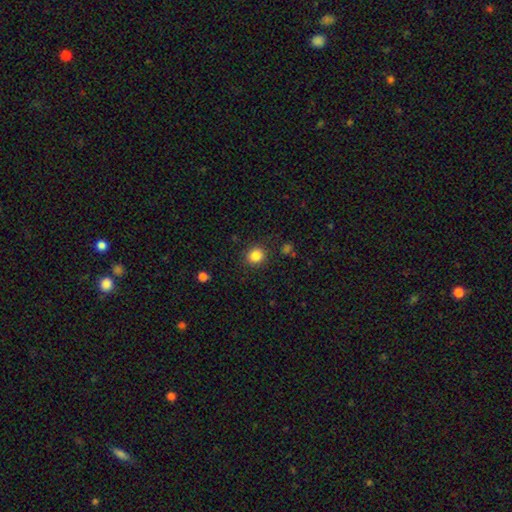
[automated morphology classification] smooth-or-featured: smooth: 85% | star or artifact: 11% | featured or disk: 4%
  how-rounded: round: 86% | in between: 13% | cigar-shaped: 1%
  merging: none: 89% | minor disturbance: 7% | major disturbance: 3% | merger: 1%